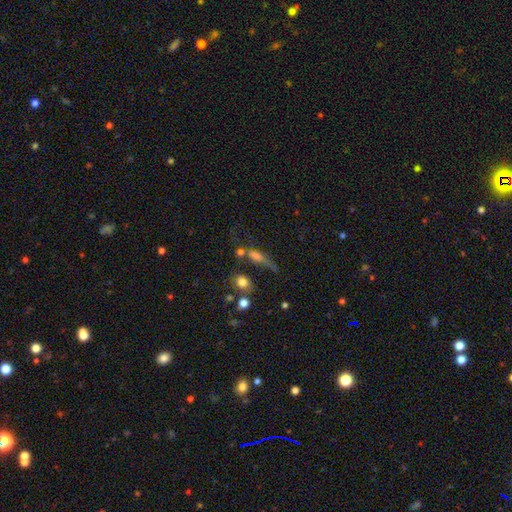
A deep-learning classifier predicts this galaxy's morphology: Smooth or featured? smooth (53%)
How rounded? in between (46%)
Merging? none (38%)